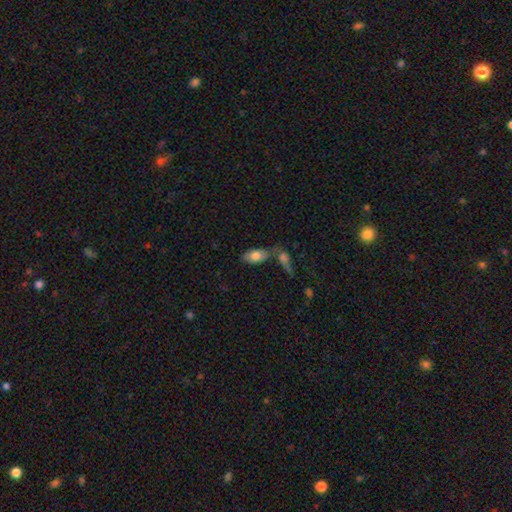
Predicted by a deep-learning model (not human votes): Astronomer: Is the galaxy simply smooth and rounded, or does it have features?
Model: smooth — 75%.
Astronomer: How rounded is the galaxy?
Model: in between — 91%.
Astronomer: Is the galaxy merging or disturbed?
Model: none — 45% (runner-up: merger, 37%).